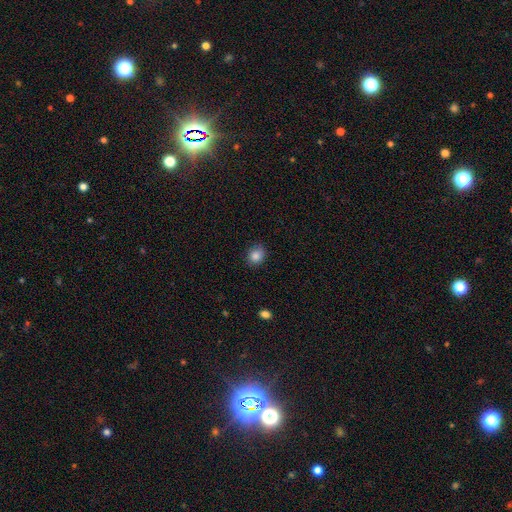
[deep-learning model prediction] A smooth galaxy with no disk features (85%) that is round (64%).

Vote fractions:
- Smooth or featured? smooth: 85% / star or artifact: 10% / featured or disk: 5%
- How rounded? round: 64% / in between: 35% / cigar-shaped: 1%
- Merging? none: 80% / minor disturbance: 16% / major disturbance: 3% / merger: 1%